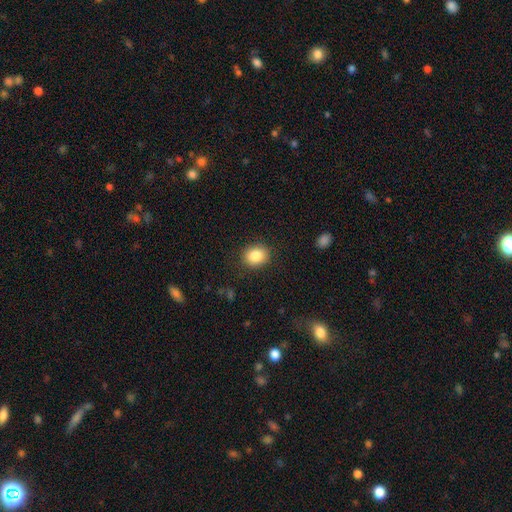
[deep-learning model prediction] A smooth galaxy with no disk features (85%) that is round (64%).

Vote fractions:
- Smooth or featured? smooth: 85% / star or artifact: 9% / featured or disk: 7%
- How rounded? round: 64% / in between: 35% / cigar-shaped: 1%
- Merging? none: 87% / minor disturbance: 9% / major disturbance: 3% / merger: 1%